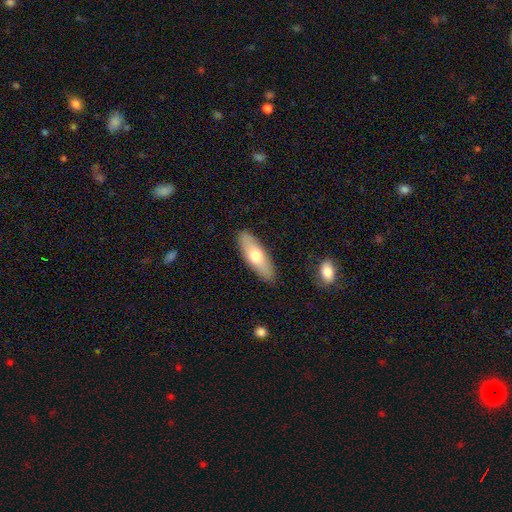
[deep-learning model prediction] The model was most divided on "how rounded": in between: 58%, cigar-shaped: 39%, round: 2%. More confident: merging — none (88%); smooth or featured — smooth (66%).